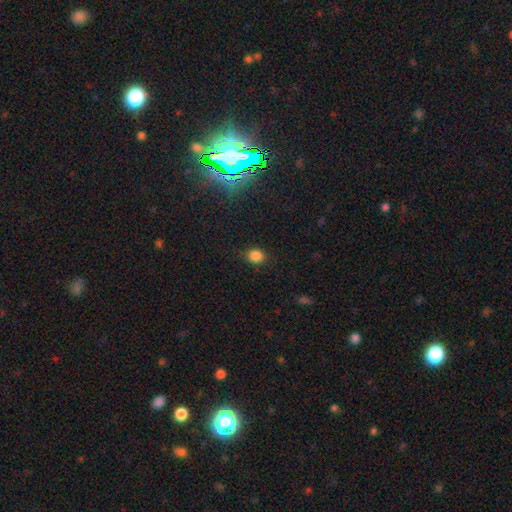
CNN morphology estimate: Smooth or featured? smooth (84%)
How rounded? round (72%)
Merging? none (82%)